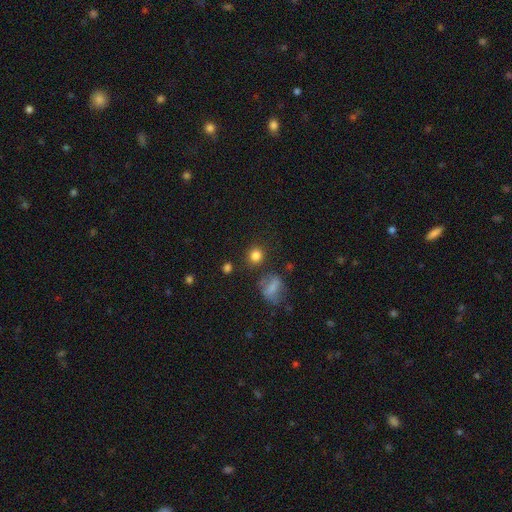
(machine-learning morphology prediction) A smooth galaxy with no disk features (82%) that is round (86%).

Vote fractions:
- Smooth or featured? smooth: 82% / star or artifact: 13% / featured or disk: 6%
- How rounded? round: 86% / in between: 13% / cigar-shaped: 1%
- Merging? none: 80% / minor disturbance: 10% / merger: 6% / major disturbance: 4%